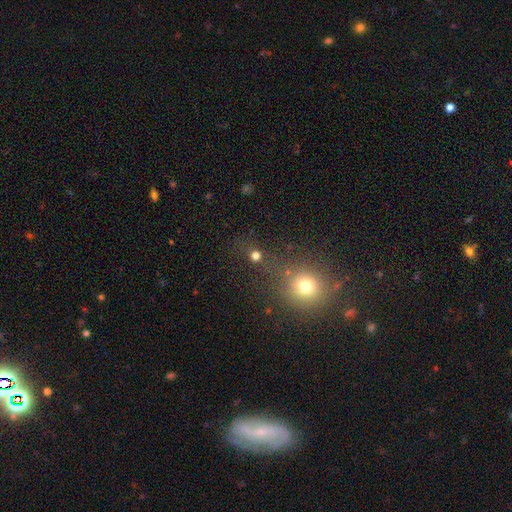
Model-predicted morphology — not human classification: smooth 70%, star or artifact 23%, featured or disk 7%. Down the decision tree: how rounded — round (87%); merging — none (70%).